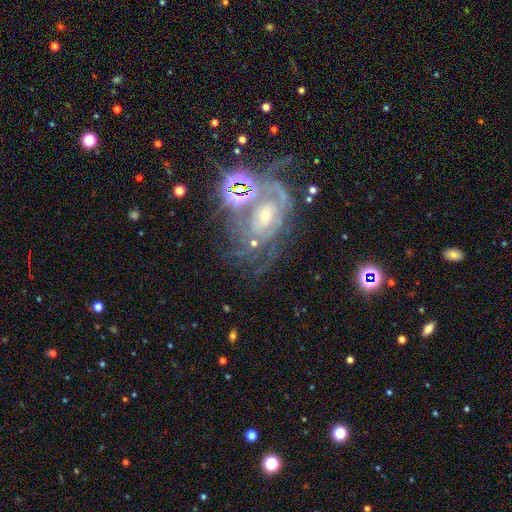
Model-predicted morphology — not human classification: This appears to be a featured or disk galaxy (78%) with no bar (59%), tight (60%) spiral arms (90%) and a small central bulge (60%). Merging: none (49%).